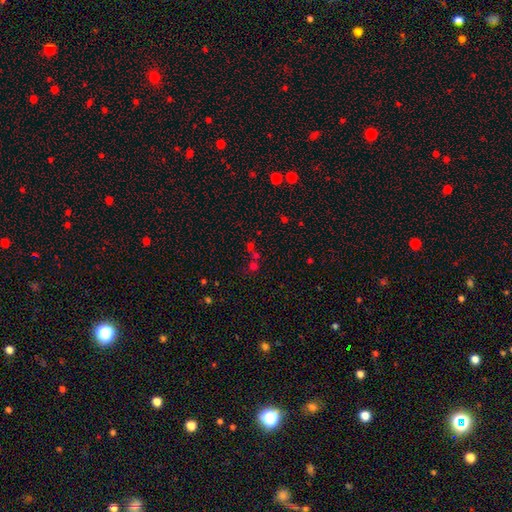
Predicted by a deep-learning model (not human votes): The model was most divided on "smooth or featured": smooth: 45%, star or artifact: 43%, featured or disk: 11%. More confident: merging — none (50%).